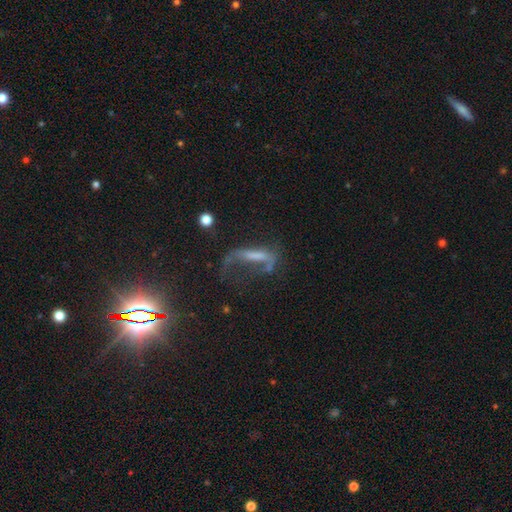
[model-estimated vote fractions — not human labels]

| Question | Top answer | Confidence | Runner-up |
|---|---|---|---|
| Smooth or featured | featured or disk | 52% | smooth (30%) |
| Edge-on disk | no | 74% | yes (26%) |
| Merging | major disturbance | 48% | none (28%) |